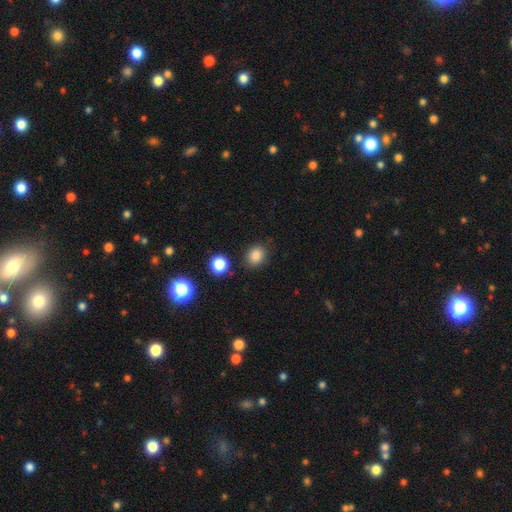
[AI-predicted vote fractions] Smooth or featured: smooth — 84% (star or artifact — 12%)
How rounded: round — 56% (in between — 43%)
Merging: none — 82% (minor disturbance — 11%)